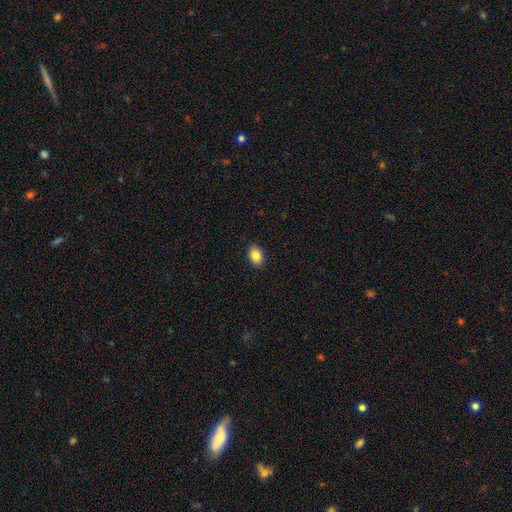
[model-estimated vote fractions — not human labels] smooth 85%, star or artifact 8%, featured or disk 7%. Down the decision tree: how rounded — in between (85%); merging — none (90%).